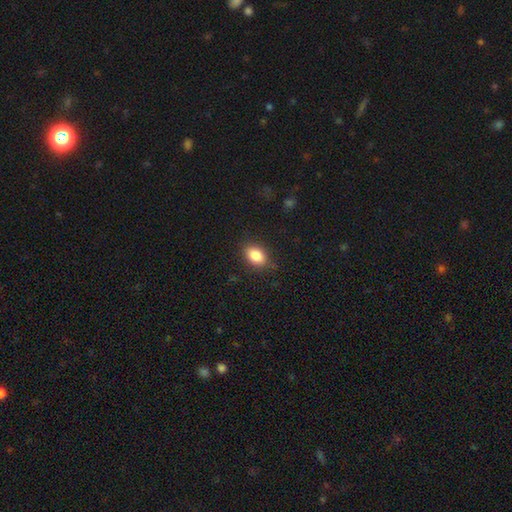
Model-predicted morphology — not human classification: This is clearly a smooth galaxy (85%). How rounded: clearly in between (83%). Merging: clearly none (84%).